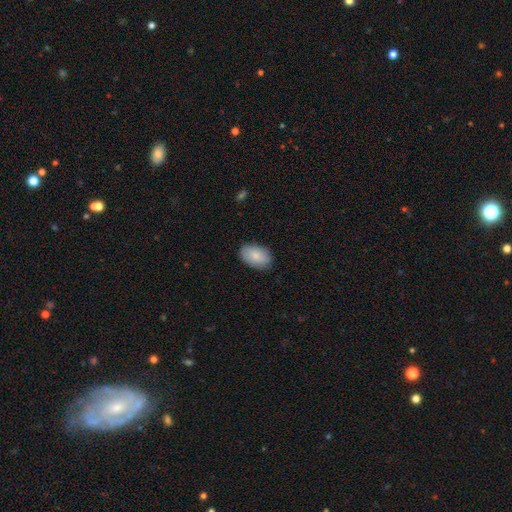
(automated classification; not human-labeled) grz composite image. It shows a smooth galaxy with no disk features (87%) that is in between round and cigar-shaped (92%). Merging: none (85%).